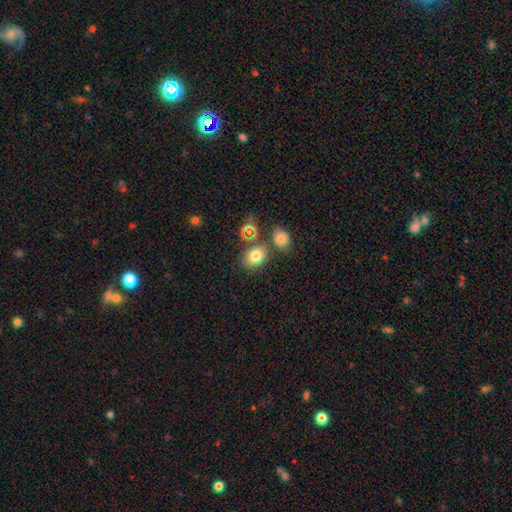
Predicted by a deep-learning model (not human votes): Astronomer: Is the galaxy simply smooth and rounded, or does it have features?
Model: smooth — 76%.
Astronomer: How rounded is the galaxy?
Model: in between — 60% (runner-up: round, 39%).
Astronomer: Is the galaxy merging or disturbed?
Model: none — 67%.